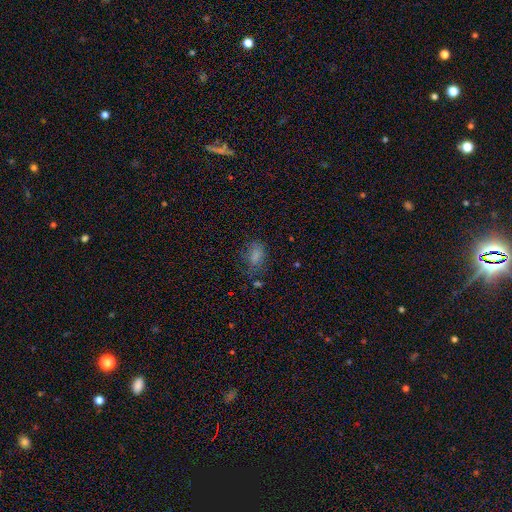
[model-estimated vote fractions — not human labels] A smooth galaxy with no disk features (76%) that is in between round and cigar-shaped (84%). Merging: none (54%).